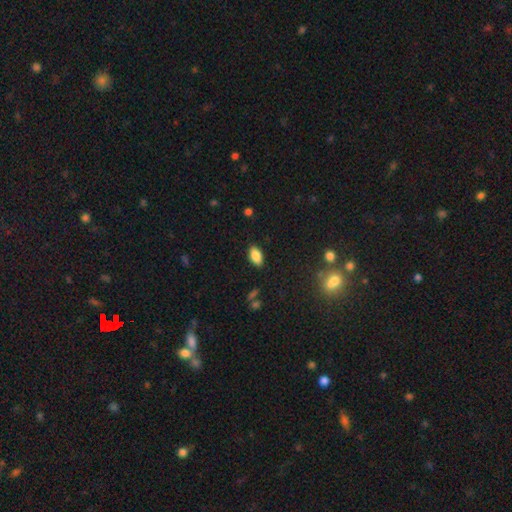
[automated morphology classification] The model was most divided on "smooth or featured": smooth: 85%, star or artifact: 9%, featured or disk: 6%. More confident: how rounded — in between (92%); merging — none (87%).